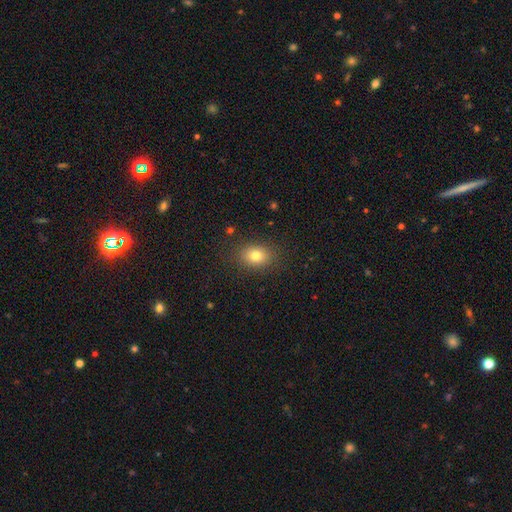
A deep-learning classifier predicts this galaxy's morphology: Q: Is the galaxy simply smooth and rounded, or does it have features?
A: smooth — 79%.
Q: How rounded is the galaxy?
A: in between — 61%.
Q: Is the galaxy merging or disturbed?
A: none — 86%.